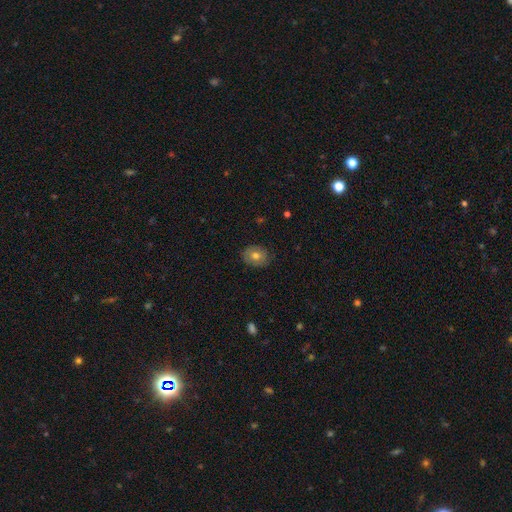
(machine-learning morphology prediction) This appears to be a smooth galaxy with no disk features (70%) that is round (51%). Merging: none (85%).